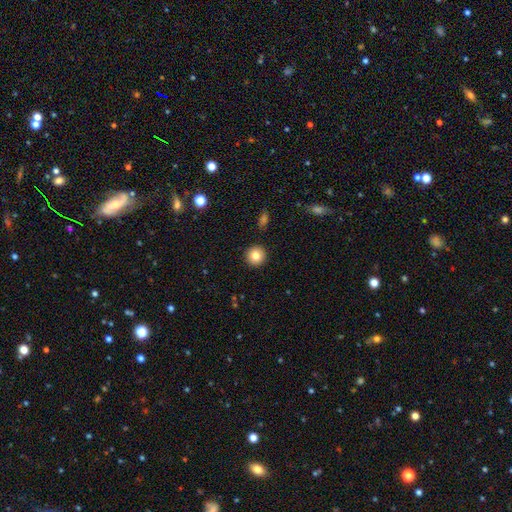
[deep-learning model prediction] Smooth or featured?
  - smooth: 82% *
  - star or artifact: 9%
  - featured or disk: 9%
How rounded?
  - round: 94% *
  - in between: 5%
  - cigar-shaped: 1%
Merging?
  - none: 92% *
  - minor disturbance: 5%
  - major disturbance: 2%
  - merger: 1%